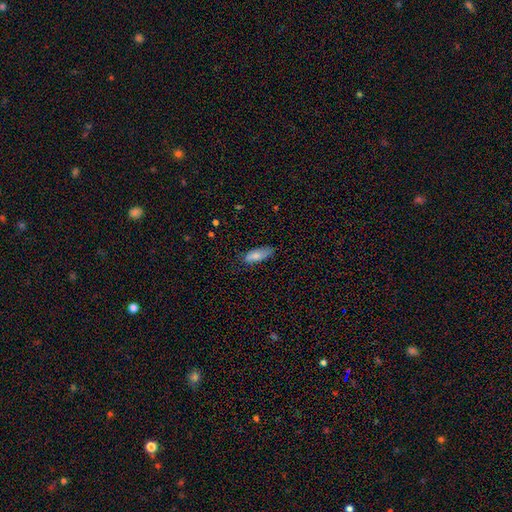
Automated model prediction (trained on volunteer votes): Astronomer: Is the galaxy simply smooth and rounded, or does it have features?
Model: smooth — 79%.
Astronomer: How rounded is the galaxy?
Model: in between — 70%.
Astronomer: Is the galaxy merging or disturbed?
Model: none — 66%.